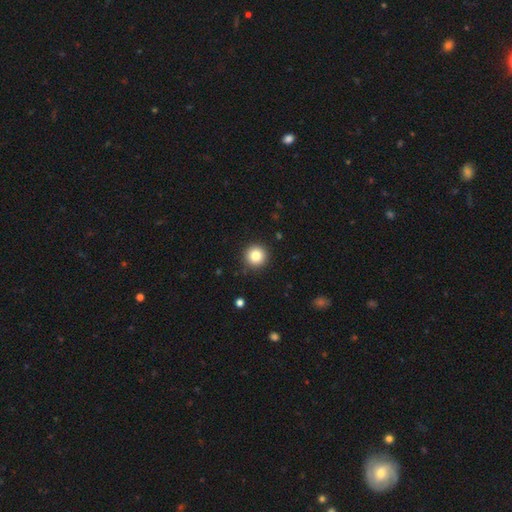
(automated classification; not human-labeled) Q: Smooth or featured?
A: smooth (83%); runner-up: star or artifact (10%)
Q: How rounded?
A: round (96%); runner-up: in between (3%)
Q: Merging?
A: none (92%); runner-up: minor disturbance (5%)